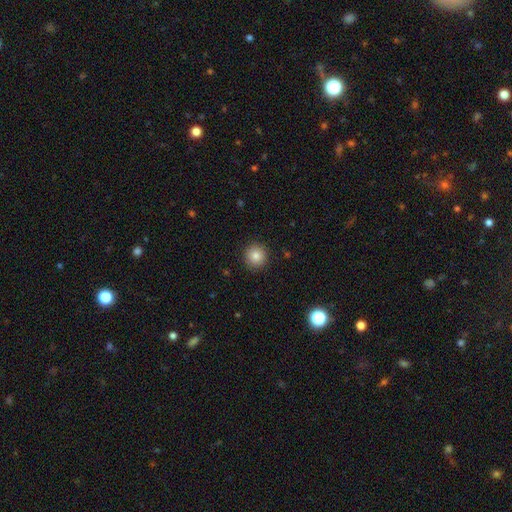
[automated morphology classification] Smooth or featured: smooth — 85% (star or artifact — 10%)
How rounded: round — 94% (in between — 5%)
Merging: none — 91% (minor disturbance — 6%)